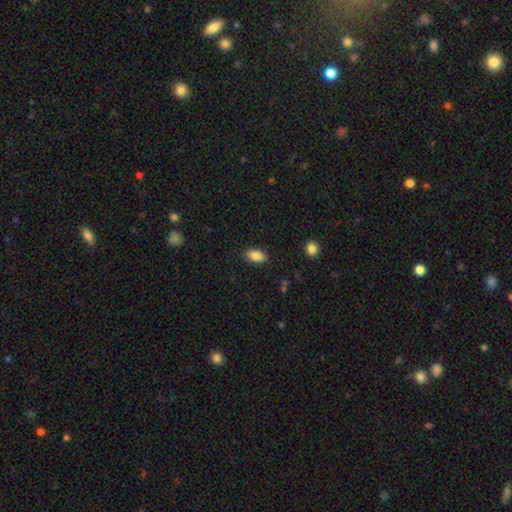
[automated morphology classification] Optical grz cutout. It shows a smooth galaxy with no disk features (85%) that is in between round and cigar-shaped (91%). Merging: none (87%).